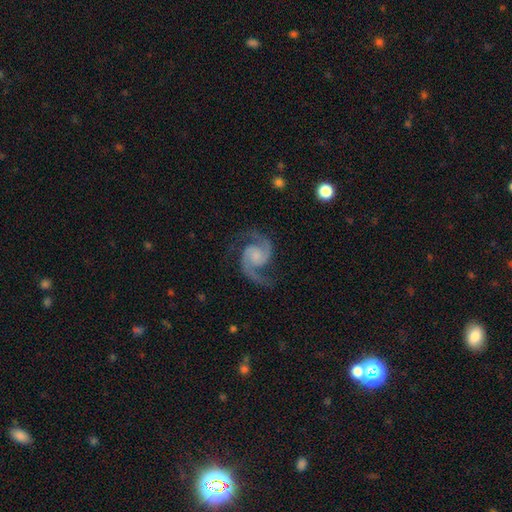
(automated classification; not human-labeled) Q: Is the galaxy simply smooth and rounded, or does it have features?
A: featured or disk — 93%.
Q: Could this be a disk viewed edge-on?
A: no — 98%.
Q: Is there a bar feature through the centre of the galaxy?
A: no — 62%.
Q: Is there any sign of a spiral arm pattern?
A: yes — 99%.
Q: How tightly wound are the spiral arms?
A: medium — 61%.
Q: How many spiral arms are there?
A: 2 — 94%.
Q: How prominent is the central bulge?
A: none — 43%.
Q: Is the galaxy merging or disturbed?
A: none — 80%.